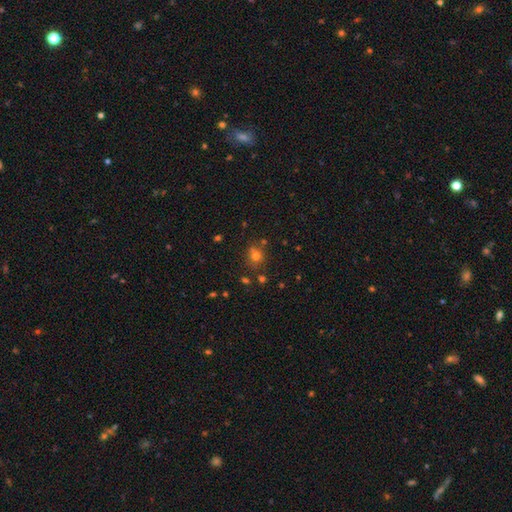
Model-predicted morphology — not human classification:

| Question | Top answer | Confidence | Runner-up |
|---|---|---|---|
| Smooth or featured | smooth | 67% | star or artifact (22%) |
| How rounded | round | 81% | in between (18%) |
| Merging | none | 68% | merger (15%) |